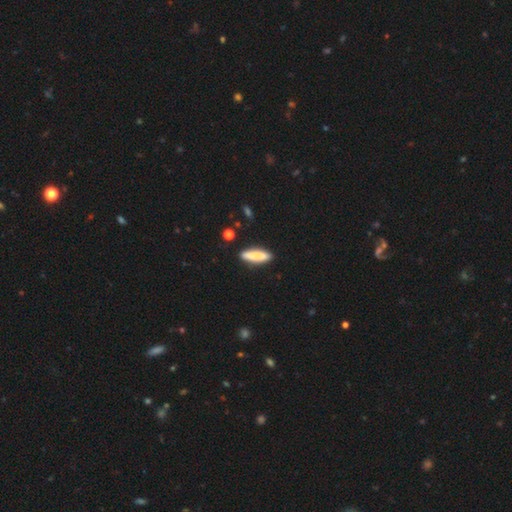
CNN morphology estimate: A smooth galaxy with no disk features (82%) that is cigar-shaped (73%). Merging: none (88%).